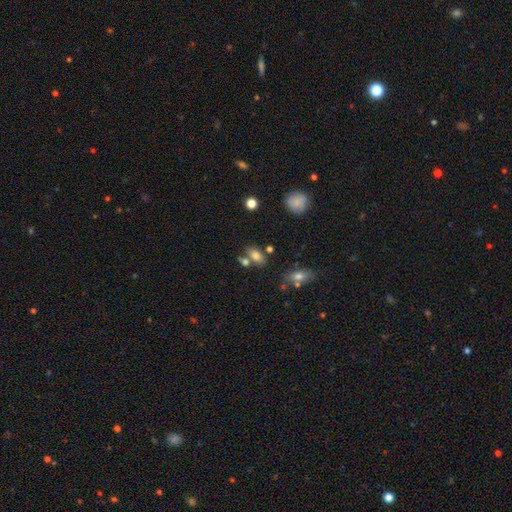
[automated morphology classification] type=smooth (77%); roundness=in between (88%); merging=none (59%).